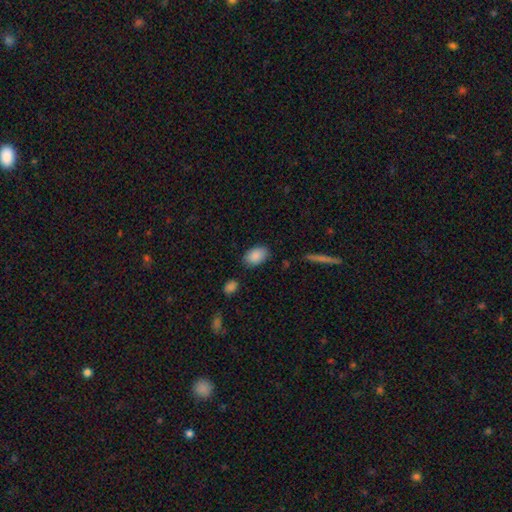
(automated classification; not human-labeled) The model was most divided on "merging": none: 82%, minor disturbance: 12%, major disturbance: 3%, merger: 3%. More confident: how rounded — in between (89%); smooth or featured — smooth (88%).